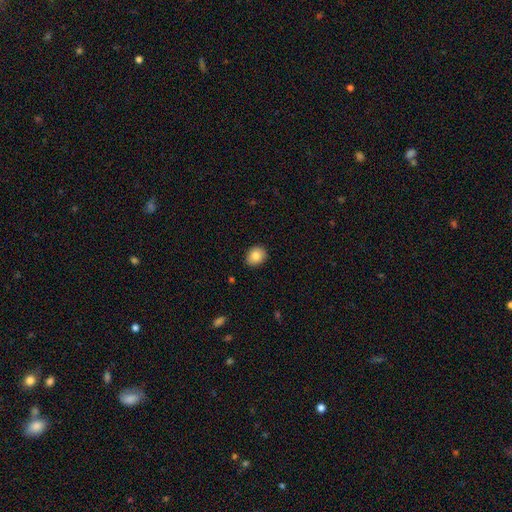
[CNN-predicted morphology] Overall: smooth (83%). How rounded: round (50%; in between 49%). Merging: none (86%).